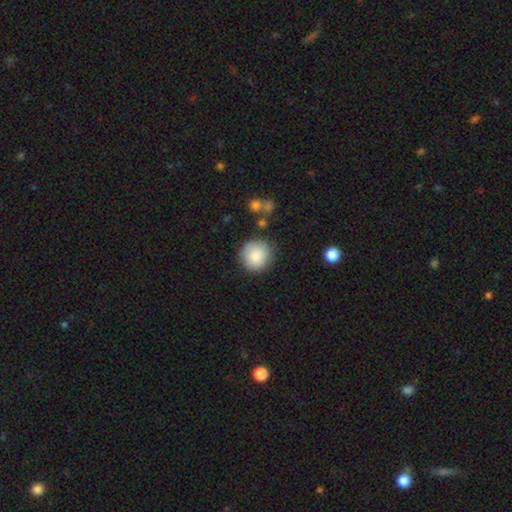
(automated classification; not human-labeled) A smooth galaxy with no disk features (85%) that is round (93%).

Vote fractions:
- Smooth or featured? smooth: 85% / featured or disk: 8% / star or artifact: 7%
- How rounded? round: 93% / in between: 6% / cigar-shaped: 1%
- Merging? none: 83% / minor disturbance: 12% / major disturbance: 3% / merger: 3%